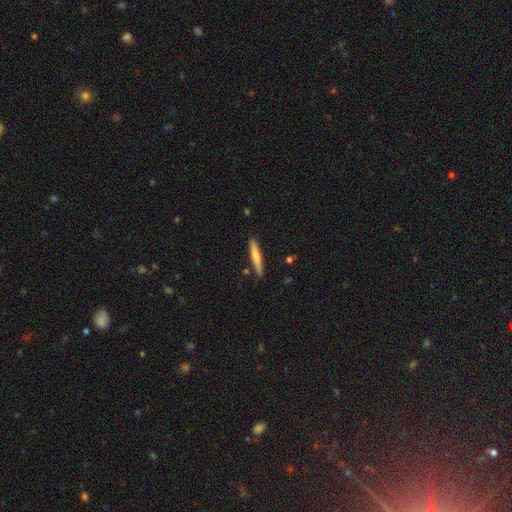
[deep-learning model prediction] Overall: smooth (50%; featured or disk 44%). How rounded: cigar-shaped (94%). Merging: none (88%).